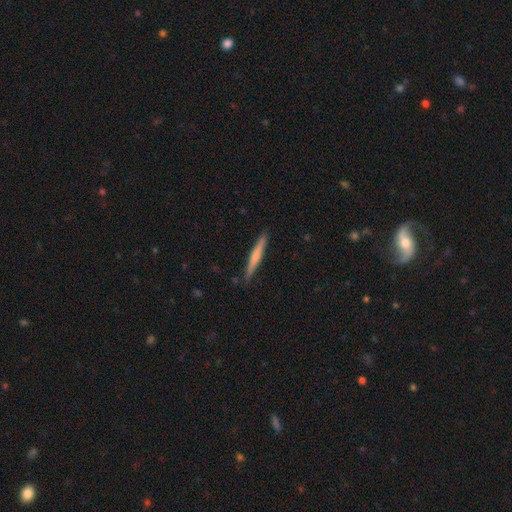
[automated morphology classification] Smooth or featured? Predicted: smooth (p=0.55). How rounded? Predicted: cigar-shaped (p=0.96). Merging? Predicted: none (p=0.90).